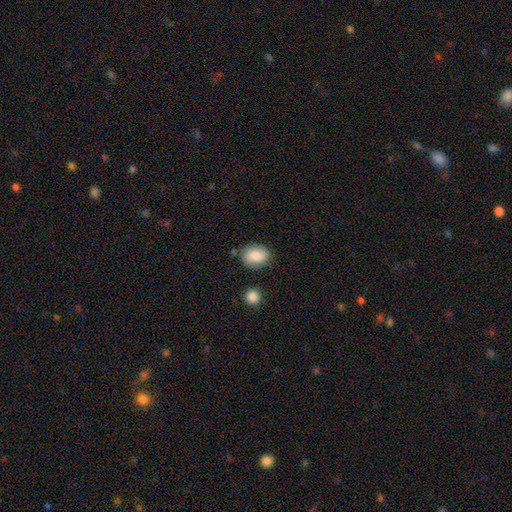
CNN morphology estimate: type=smooth (83%); roundness=in between (60%); merging=none (78%).